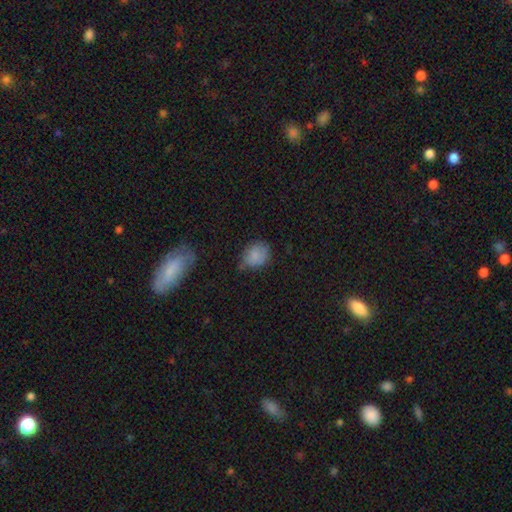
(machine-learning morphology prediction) A smooth galaxy with no disk features (78%) that is in between round and cigar-shaped (50%).

Vote fractions:
- Smooth or featured? smooth: 78% / featured or disk: 12% / star or artifact: 10%
- How rounded? in between: 50% / round: 49% / cigar-shaped: 1%
- Merging? none: 51% / minor disturbance: 36% / major disturbance: 9% / merger: 4%